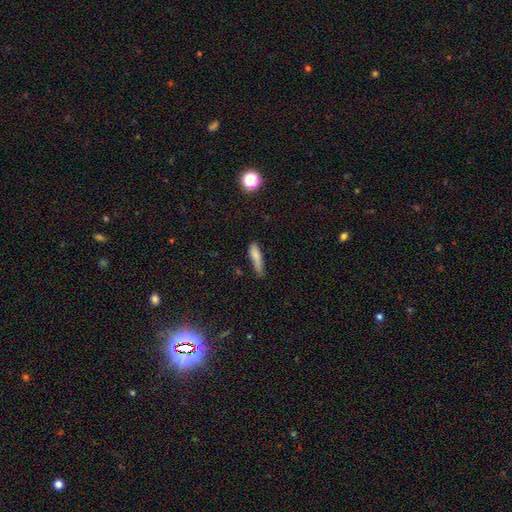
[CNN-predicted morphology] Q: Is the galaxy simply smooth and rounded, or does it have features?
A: smooth — 80%.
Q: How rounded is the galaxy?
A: cigar-shaped — 73%.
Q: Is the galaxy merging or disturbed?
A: none — 52%.